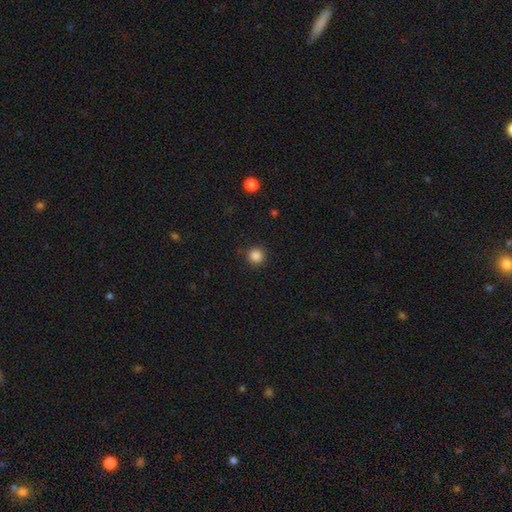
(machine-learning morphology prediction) Overall: smooth (86%). How rounded: round (95%). Merging: none (92%).